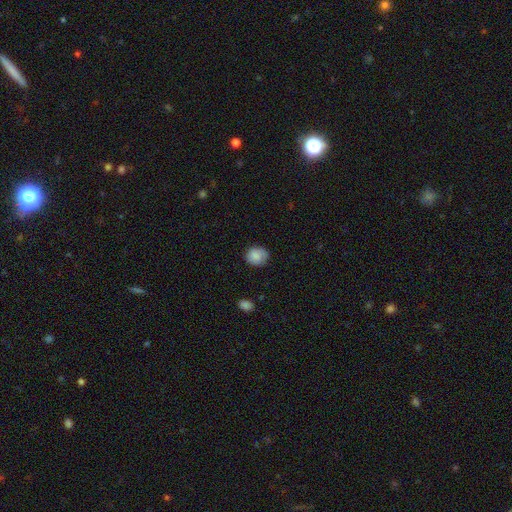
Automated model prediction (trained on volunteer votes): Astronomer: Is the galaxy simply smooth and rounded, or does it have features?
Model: smooth — 87%.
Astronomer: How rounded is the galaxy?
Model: round — 68%.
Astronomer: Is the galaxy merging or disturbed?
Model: none — 77%.